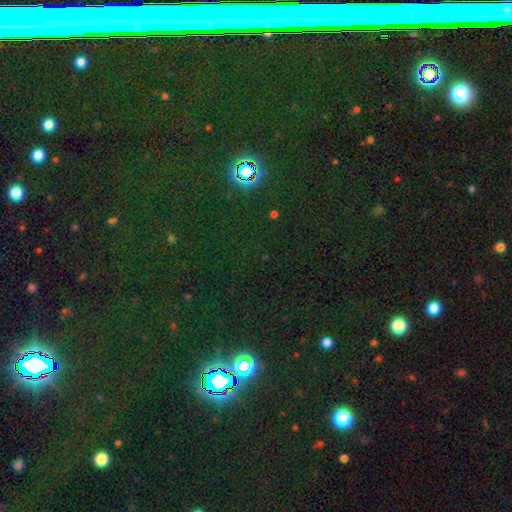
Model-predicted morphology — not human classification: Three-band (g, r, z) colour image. It shows a star or artifact, not a galaxy (73%).